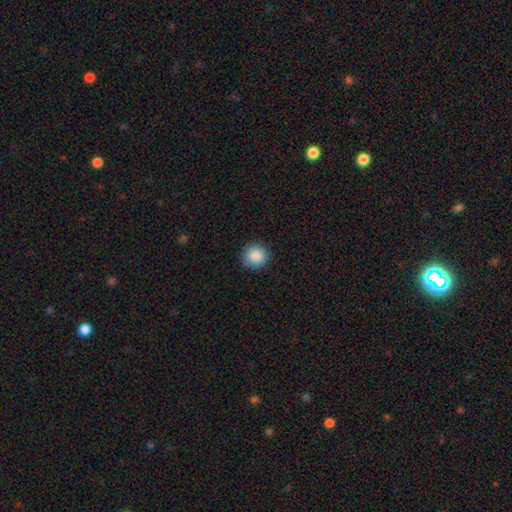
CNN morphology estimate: Smooth or featured? Predicted: smooth (p=0.88). How rounded? Predicted: round (p=0.90). Merging? Predicted: none (p=0.90).